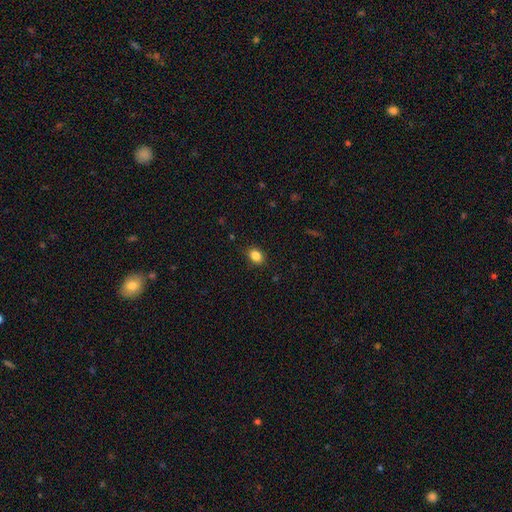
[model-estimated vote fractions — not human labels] The model was most divided on "how rounded": in between: 73%, round: 26%, cigar-shaped: 1%. More confident: merging — none (88%); smooth or featured — smooth (85%).